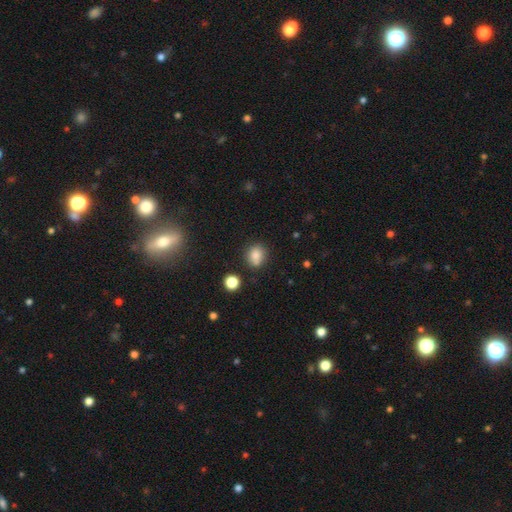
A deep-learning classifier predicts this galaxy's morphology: This is clearly a smooth galaxy (81%). How rounded: likely round (67%). Merging: likely none (66%).